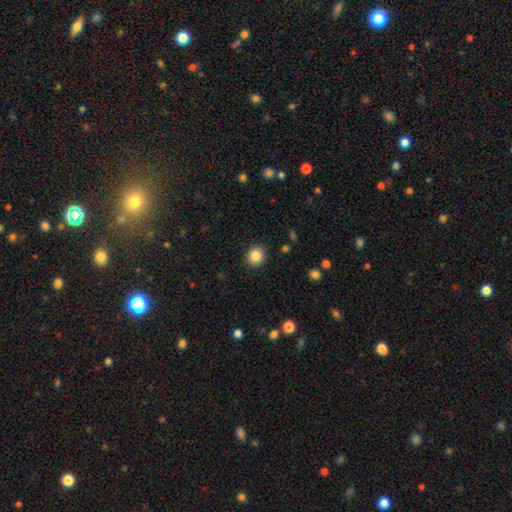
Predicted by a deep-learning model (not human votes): smooth 85%, star or artifact 10%, featured or disk 5%. Down the decision tree: how rounded — round (82%); merging — none (90%).